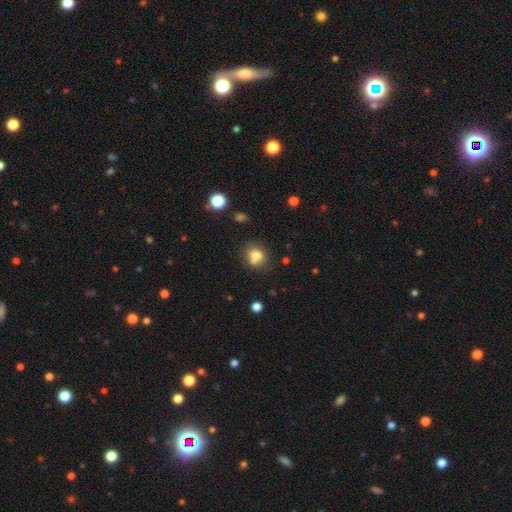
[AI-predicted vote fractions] Smooth or featured: smooth — 75% (featured or disk — 13%)
How rounded: round — 69% (in between — 30%)
Merging: none — 53% (merger — 29%)